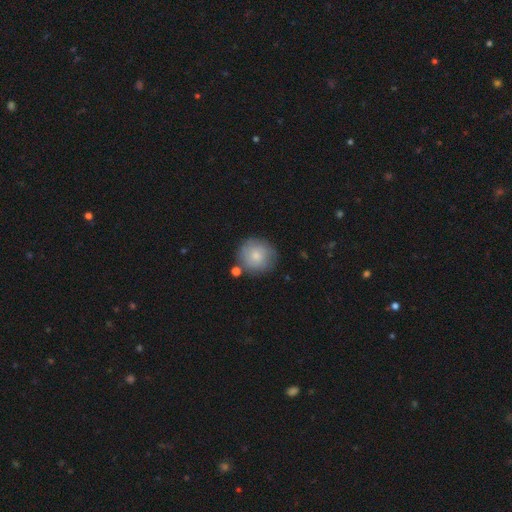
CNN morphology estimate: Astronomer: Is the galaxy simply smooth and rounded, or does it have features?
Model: smooth — 76%.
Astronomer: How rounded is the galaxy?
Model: round — 94%.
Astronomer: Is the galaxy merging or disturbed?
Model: none — 76%.